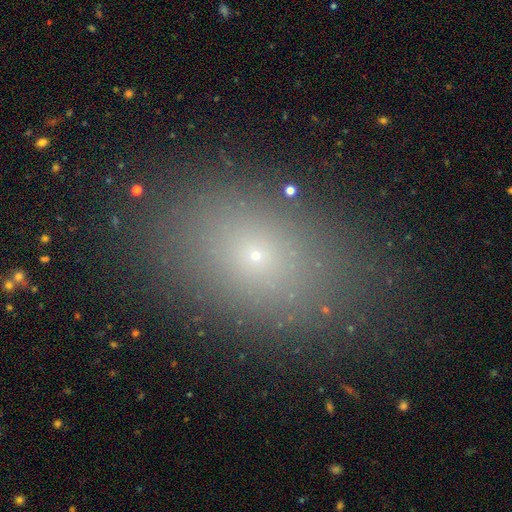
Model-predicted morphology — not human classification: smooth-or-featured: smooth: 64% | star or artifact: 23% | featured or disk: 14%
  how-rounded: in between: 76% | round: 21% | cigar-shaped: 2%
  merging: none: 85% | minor disturbance: 9% | major disturbance: 4% | merger: 1%